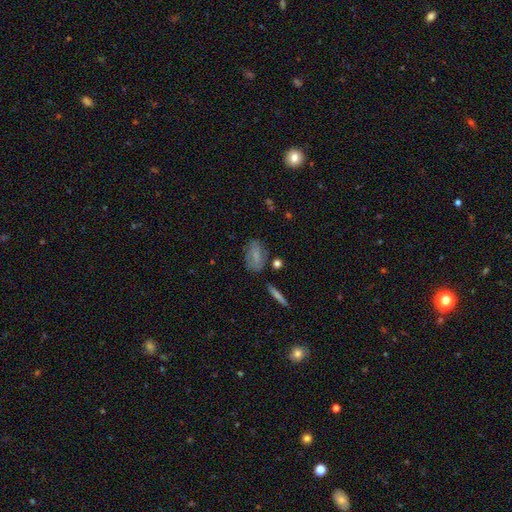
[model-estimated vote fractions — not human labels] Smooth or featured? smooth (70%)
How rounded? in between (86%)
Merging? none (68%)